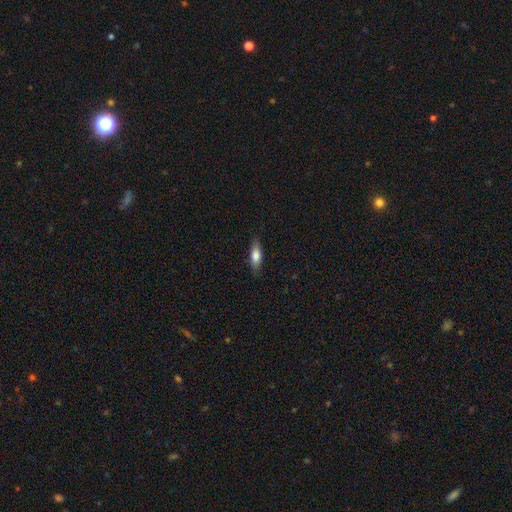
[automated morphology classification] Overall: smooth (74%). How rounded: in between (55%; cigar-shaped 42%). Merging: none (84%).